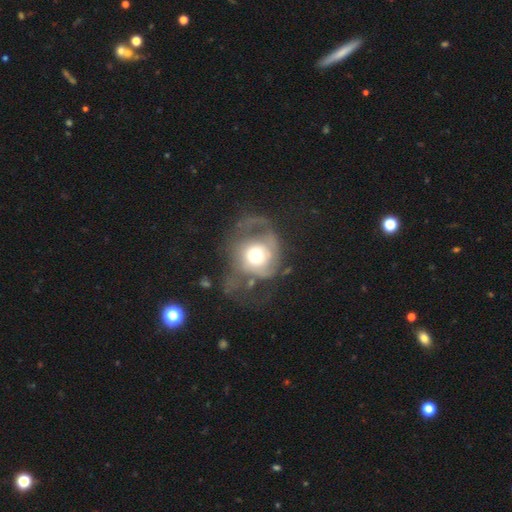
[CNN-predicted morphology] Overall: featured or disk (48%; smooth 43%). Merging: major disturbance (55%; none 24%).